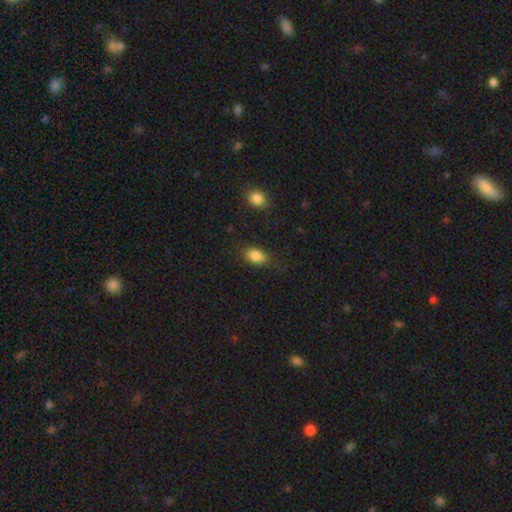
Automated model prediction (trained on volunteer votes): Smooth or featured: smooth — 85% (star or artifact — 9%)
How rounded: in between — 86% (round — 12%)
Merging: none — 78% (minor disturbance — 15%)